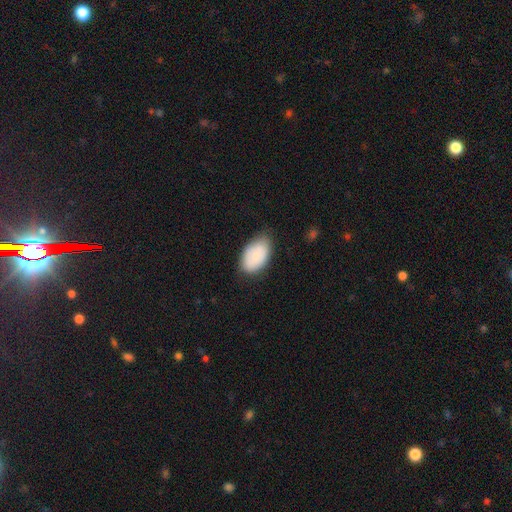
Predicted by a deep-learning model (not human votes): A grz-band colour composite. It shows a smooth galaxy with no disk features (77%) that is in between round and cigar-shaped (93%). Merging: none (72%).